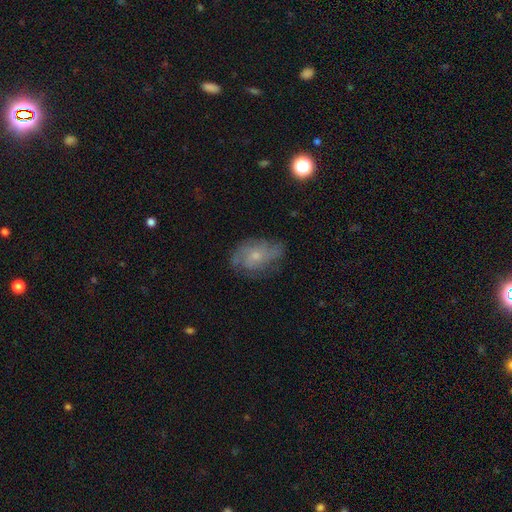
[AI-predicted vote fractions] This appears to be a featured or disk galaxy (63%) with no bar (78%), spiral arms (82%) and a small central bulge (63%). Merging: none (63%).